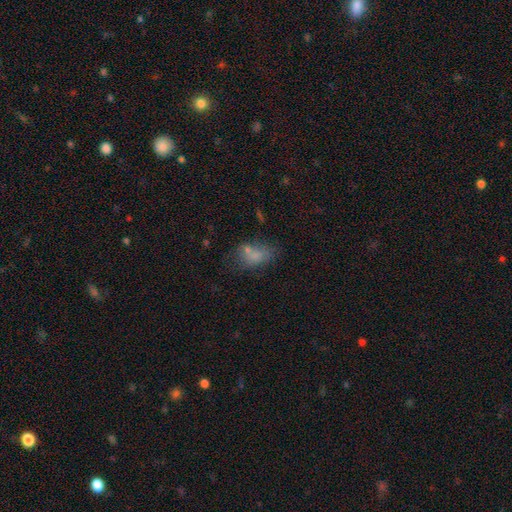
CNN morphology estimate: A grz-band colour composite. It shows a smooth galaxy with no disk features (70%) that is in between round and cigar-shaped (84%). Merging: none (42%).